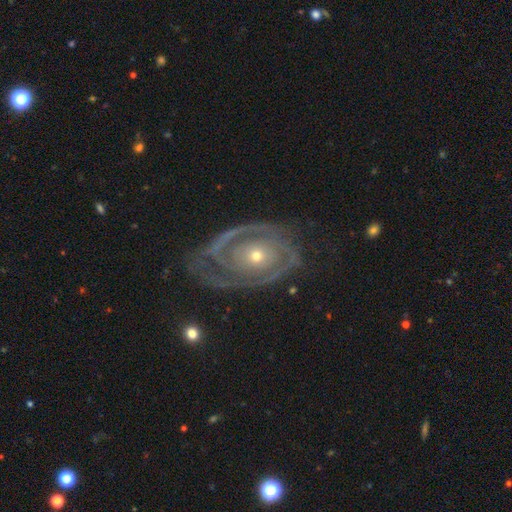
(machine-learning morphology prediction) Overall: featured or disk (90%). Edge-on disk: no (96%). Bar: no (80%). Spiral arms: yes (95%). Spiral arm count: 2 (56%). Spiral winding: tight (73%). Bulge size: small (60%; moderate 37%). Merging: none (68%).